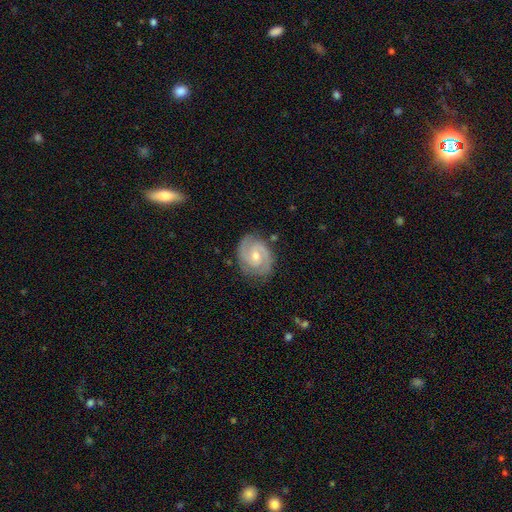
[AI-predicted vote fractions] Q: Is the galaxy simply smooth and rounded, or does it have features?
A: featured or disk — 87%.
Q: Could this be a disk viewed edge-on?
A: no — 98%.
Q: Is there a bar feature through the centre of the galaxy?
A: no — 48%.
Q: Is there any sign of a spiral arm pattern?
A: yes — 97%.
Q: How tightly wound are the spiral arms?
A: tight — 52%.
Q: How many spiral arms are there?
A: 2 — 90%.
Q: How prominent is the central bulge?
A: moderate — 52%.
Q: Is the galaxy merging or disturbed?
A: none — 84%.